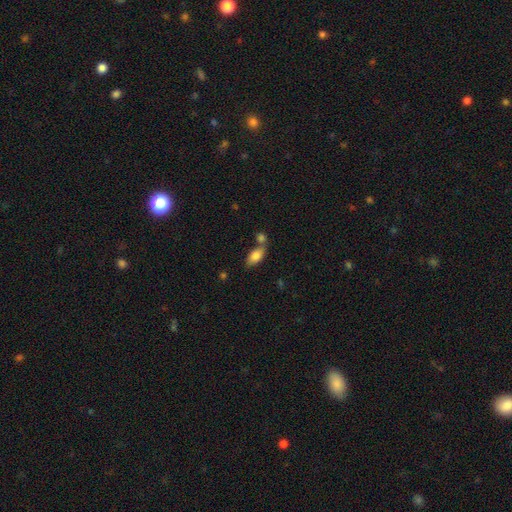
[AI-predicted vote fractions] This appears to be a smooth galaxy with no disk features (81%) that is in between round and cigar-shaped (88%). Merging: none (53%).